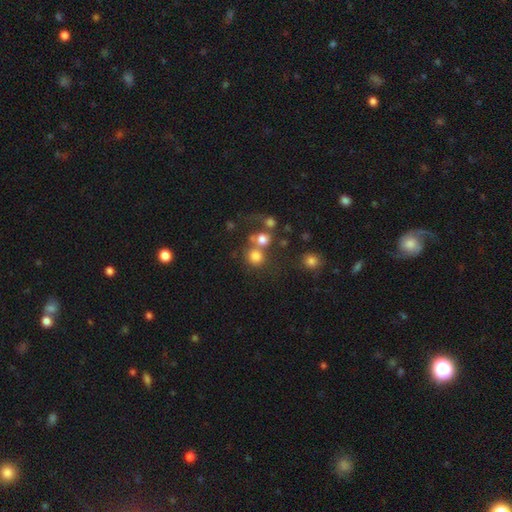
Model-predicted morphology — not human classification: This is likely a smooth galaxy (76%). How rounded: clearly round (84%). Merging: possibly none (49%).